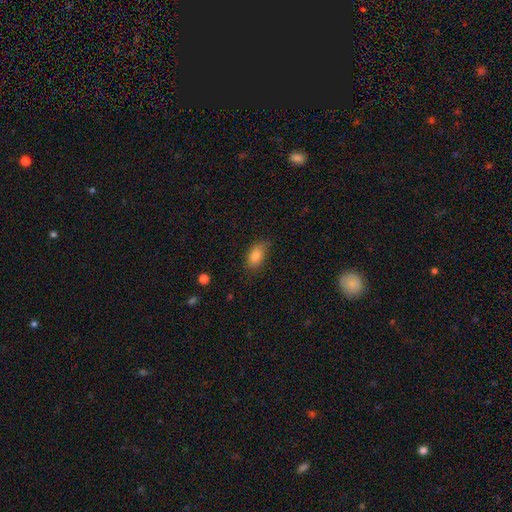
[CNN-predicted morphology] Q: Smooth or featured?
A: smooth (83%); runner-up: star or artifact (9%)
Q: How rounded?
A: in between (88%); runner-up: round (7%)
Q: Merging?
A: none (68%); runner-up: minor disturbance (25%)